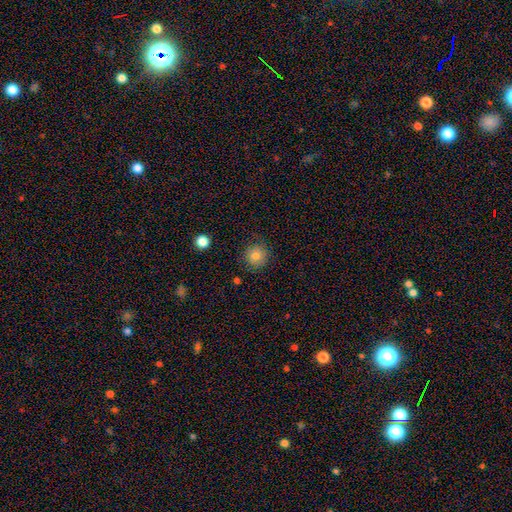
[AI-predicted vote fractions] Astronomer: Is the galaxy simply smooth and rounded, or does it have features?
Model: smooth — 80%.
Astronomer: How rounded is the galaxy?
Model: round — 92%.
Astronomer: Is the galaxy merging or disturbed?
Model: none — 82%.